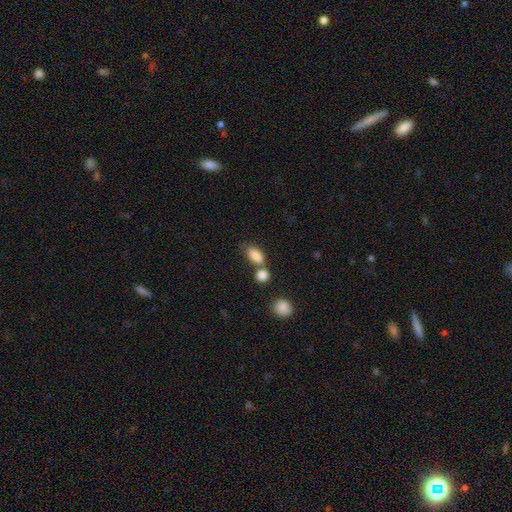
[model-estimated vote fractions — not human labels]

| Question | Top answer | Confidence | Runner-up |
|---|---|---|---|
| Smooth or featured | smooth | 86% | star or artifact (8%) |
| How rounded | in between | 86% | round (8%) |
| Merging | none | 46% | merger (36%) |